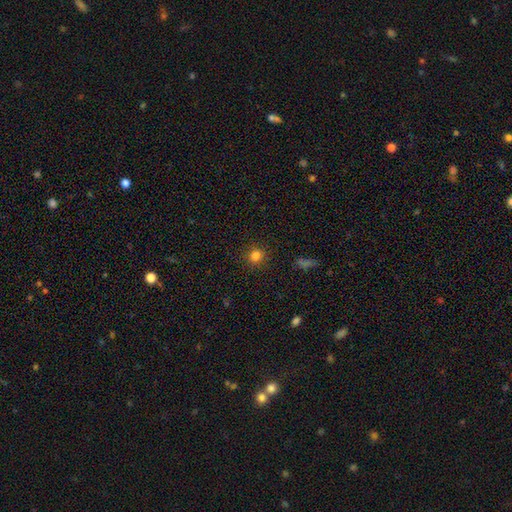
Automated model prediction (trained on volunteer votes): Smooth or featured: smooth — 81% (star or artifact — 14%)
How rounded: round — 88% (in between — 11%)
Merging: none — 89% (minor disturbance — 7%)